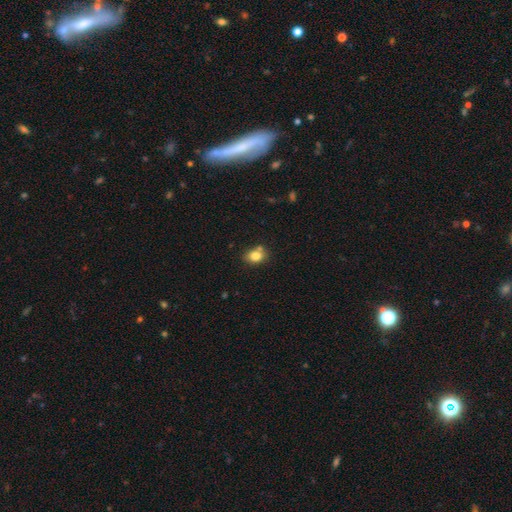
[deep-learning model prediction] smooth_or_featured: smooth (p=0.81) [alt: star or artifact p=0.10]
how_rounded: in between (p=0.58) [alt: round p=0.41]
merging: none (p=0.66) [alt: minor disturbance p=0.16]